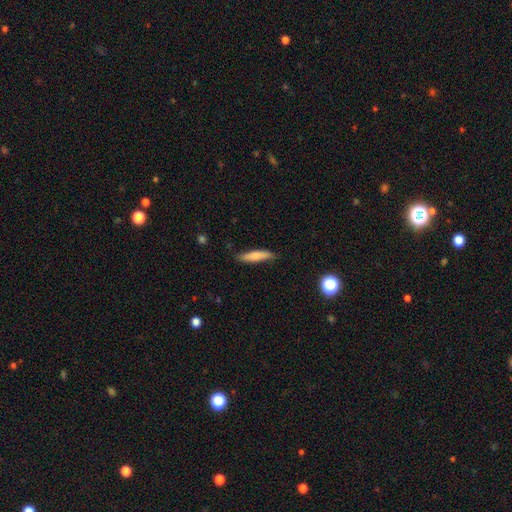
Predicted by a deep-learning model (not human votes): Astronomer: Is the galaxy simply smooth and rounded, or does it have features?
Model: smooth — 73%.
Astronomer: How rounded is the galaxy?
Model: cigar-shaped — 82%.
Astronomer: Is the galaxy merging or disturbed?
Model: none — 81%.